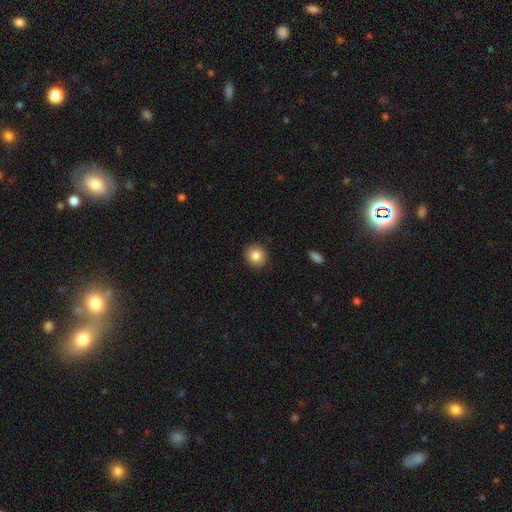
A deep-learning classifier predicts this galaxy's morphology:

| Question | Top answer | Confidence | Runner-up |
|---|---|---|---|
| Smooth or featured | smooth | 85% | star or artifact (9%) |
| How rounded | round | 86% | in between (13%) |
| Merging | none | 90% | minor disturbance (7%) |